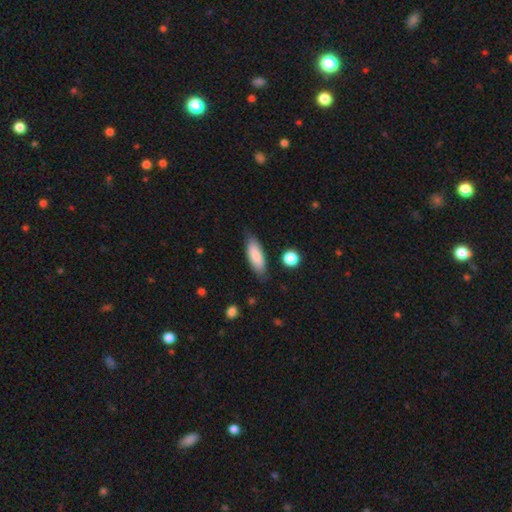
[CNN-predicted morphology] smooth-or-featured: smooth: 83% | featured or disk: 12% | star or artifact: 6%
  how-rounded: in between: 62% | cigar-shaped: 36% | round: 2%
  merging: none: 81% | minor disturbance: 14% | major disturbance: 3% | merger: 2%